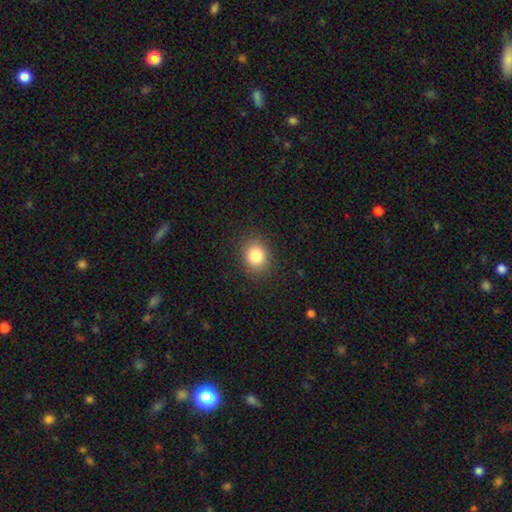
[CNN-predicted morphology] smooth_or_featured: smooth (p=0.83) [alt: star or artifact p=0.11]
how_rounded: round (p=0.64) [alt: in between p=0.36]
merging: none (p=0.88) [alt: minor disturbance p=0.08]